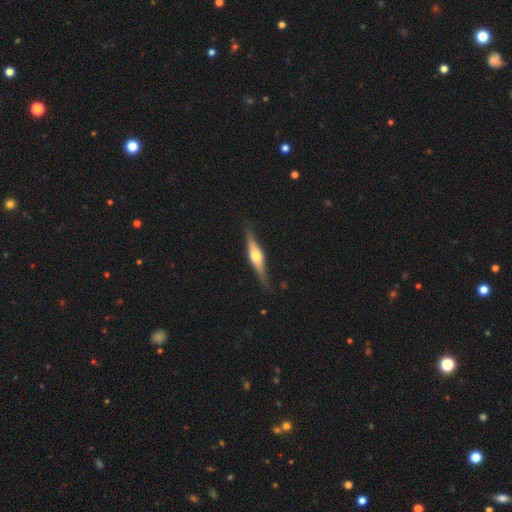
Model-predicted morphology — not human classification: Smooth or featured? Predicted: featured or disk (p=0.71). Edge-on disk? Predicted: yes (p=0.97). Edge-on bulge? Predicted: rounded (p=0.93). Merging? Predicted: none (p=0.87).